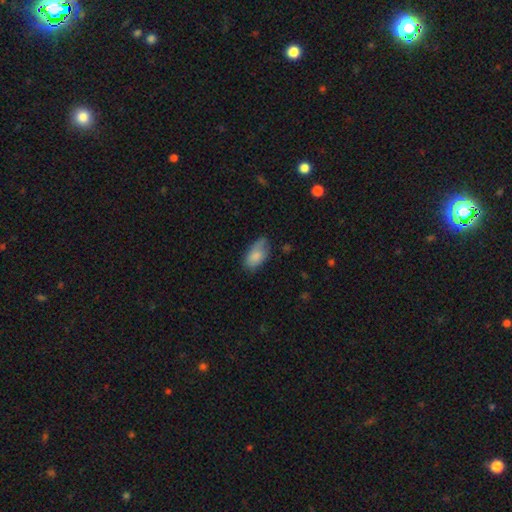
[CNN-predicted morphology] A smooth galaxy with no disk features (82%) that is in between round and cigar-shaped (94%). Merging: none (59%).